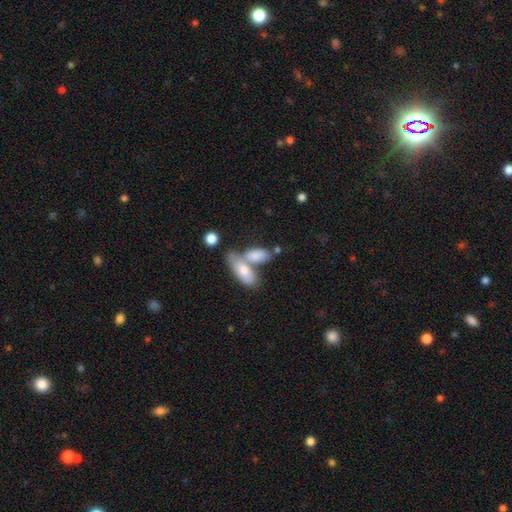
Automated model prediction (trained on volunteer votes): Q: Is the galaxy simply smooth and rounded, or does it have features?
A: smooth — 80%.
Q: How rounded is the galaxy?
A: in between — 83%.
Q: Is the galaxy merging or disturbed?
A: merger — 53%.